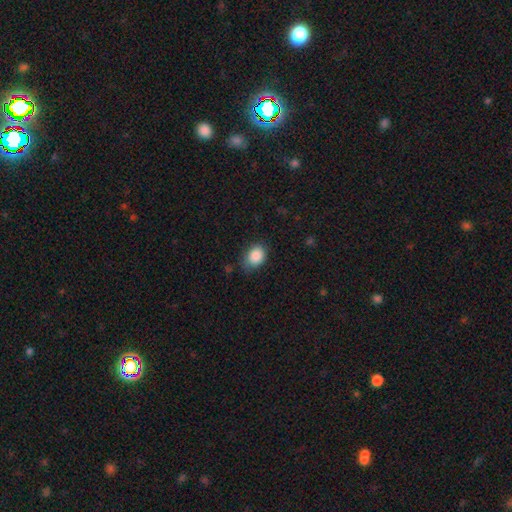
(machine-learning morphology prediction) This appears to be a smooth galaxy with no disk features (88%) that is in between round and cigar-shaped (64%). Merging: none (72%).